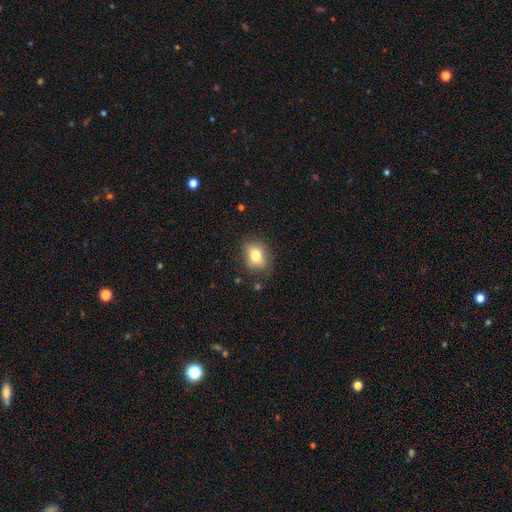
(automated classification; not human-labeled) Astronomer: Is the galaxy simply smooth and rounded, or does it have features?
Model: smooth — 71%.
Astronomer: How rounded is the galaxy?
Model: in between — 62%.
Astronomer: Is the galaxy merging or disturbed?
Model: none — 77%.